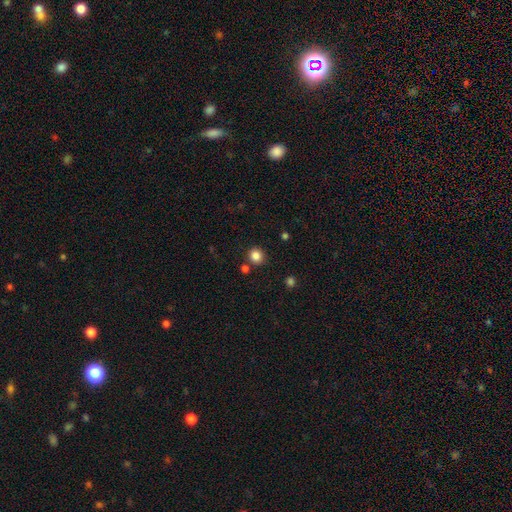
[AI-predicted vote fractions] A smooth galaxy with no disk features (85%) that is round (86%). Merging: none (84%).